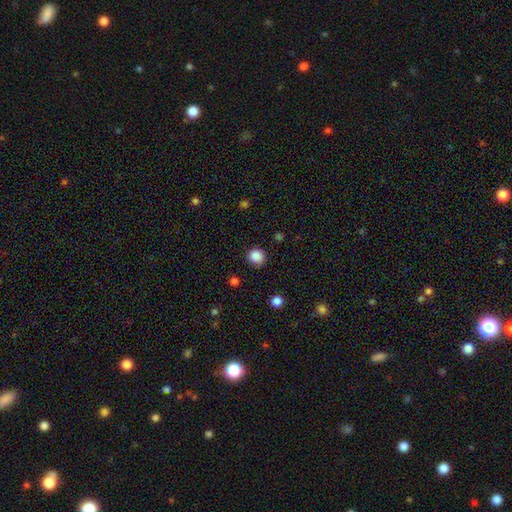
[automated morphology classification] type=smooth (86%); roundness=round (90%); merging=none (88%).